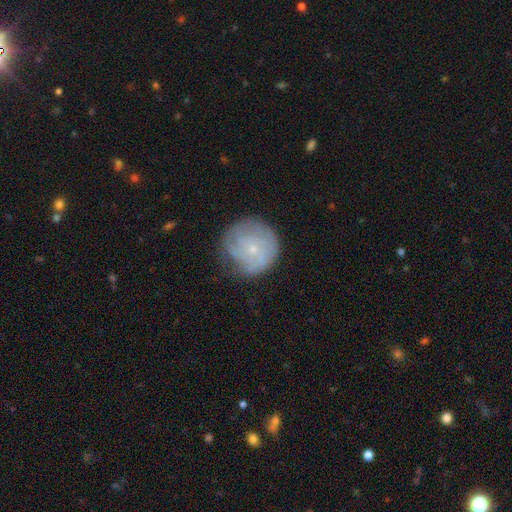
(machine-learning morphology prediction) Smooth or featured? featured or disk (54%)
Edge-on disk? no (98%)
Bar? no (82%)
Spiral arms? yes (71%)
Bulge size? small (75%)
Merging? none (62%)